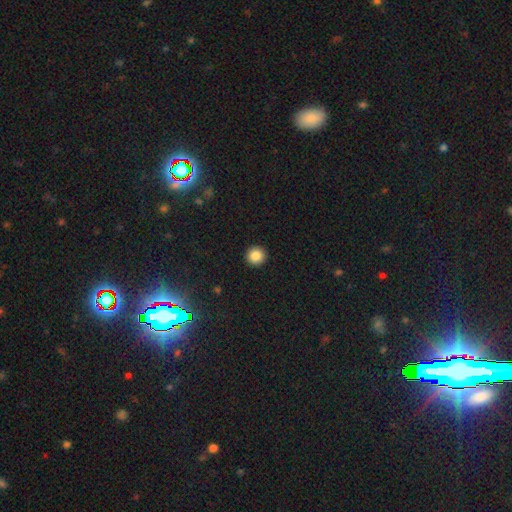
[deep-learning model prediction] Smooth or featured? smooth (86%)
How rounded? round (95%)
Merging? none (93%)